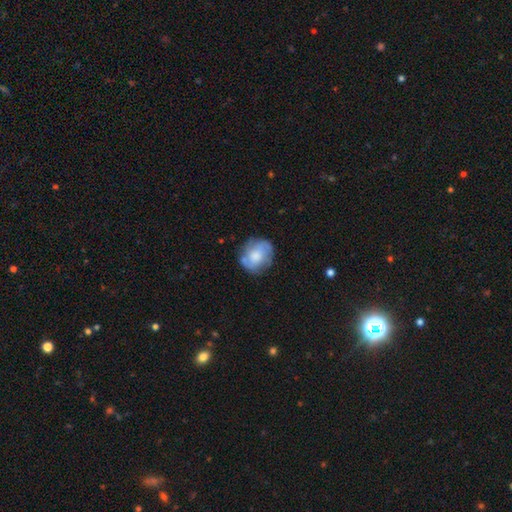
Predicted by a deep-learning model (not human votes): This appears to be a smooth galaxy with no disk features (49%). Merging: none (68%).